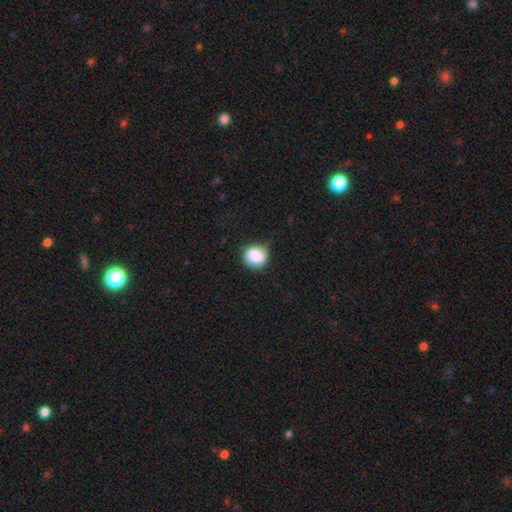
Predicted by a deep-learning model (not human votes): This is clearly a smooth galaxy (84%). How rounded: likely round (79%). Merging: likely none (65%).